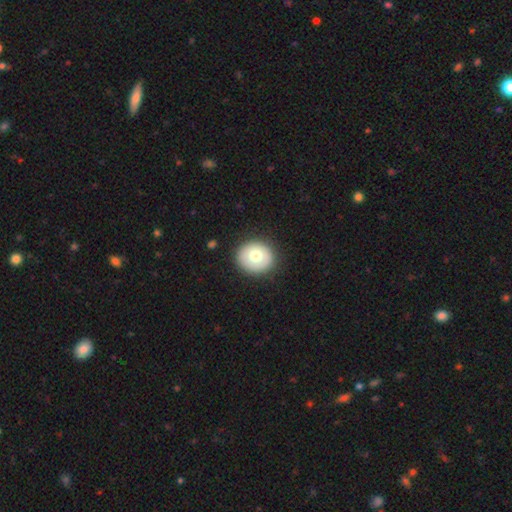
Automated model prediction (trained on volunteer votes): The model was most divided on "smooth or featured": smooth: 68%, featured or disk: 24%, star or artifact: 7%. More confident: merging — none (88%); how rounded — round (82%).